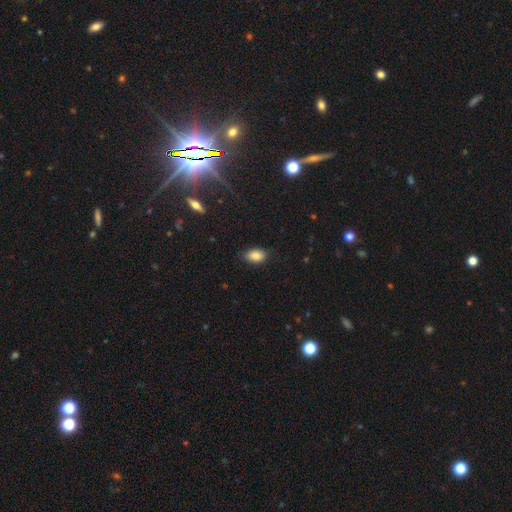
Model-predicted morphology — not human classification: Smooth or featured? Predicted: smooth (p=0.85). How rounded? Predicted: in between (p=0.90). Merging? Predicted: none (p=0.84).